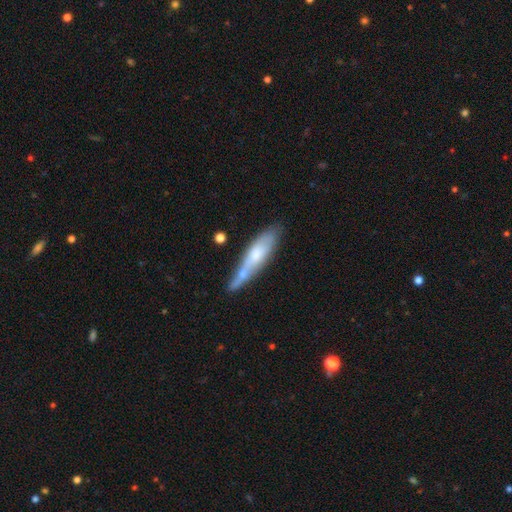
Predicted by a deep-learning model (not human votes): This is possibly a smooth galaxy (51%). How rounded: likely cigar-shaped (75%). Merging: possibly none (53%).